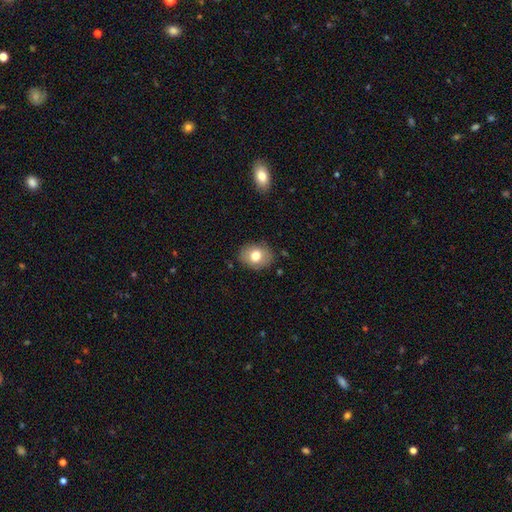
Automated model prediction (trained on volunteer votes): smooth-or-featured: smooth: 76% | featured or disk: 16% | star or artifact: 9%
  how-rounded: in between: 58% | round: 41% | cigar-shaped: 1%
  merging: none: 84% | minor disturbance: 11% | major disturbance: 3% | merger: 1%